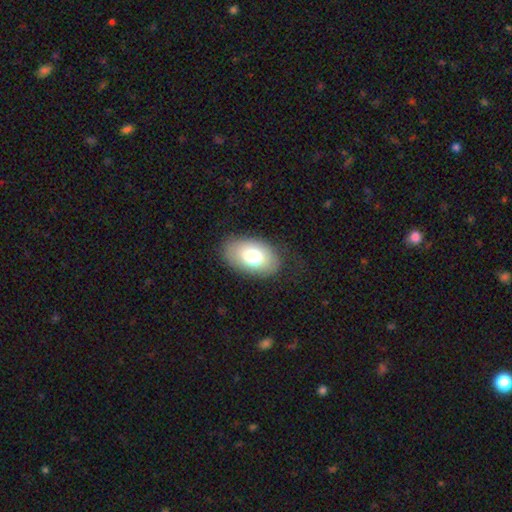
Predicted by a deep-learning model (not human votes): Q: Smooth or featured?
A: smooth (77%); runner-up: featured or disk (16%)
Q: How rounded?
A: in between (91%); runner-up: round (8%)
Q: Merging?
A: none (79%); runner-up: minor disturbance (14%)